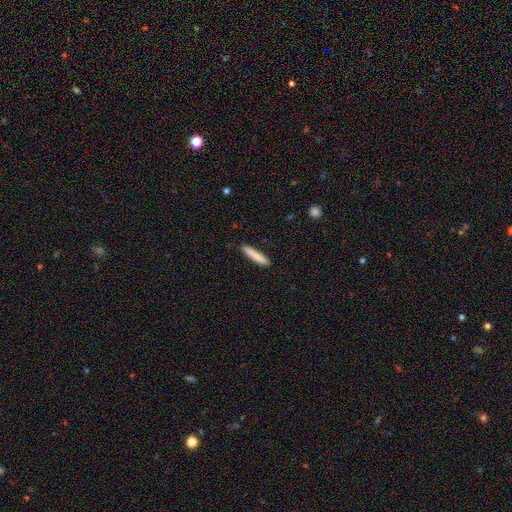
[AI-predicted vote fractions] The model was most divided on "smooth or featured": smooth: 83%, featured or disk: 11%, star or artifact: 6%. More confident: how rounded — cigar-shaped (91%); merging — none (88%).